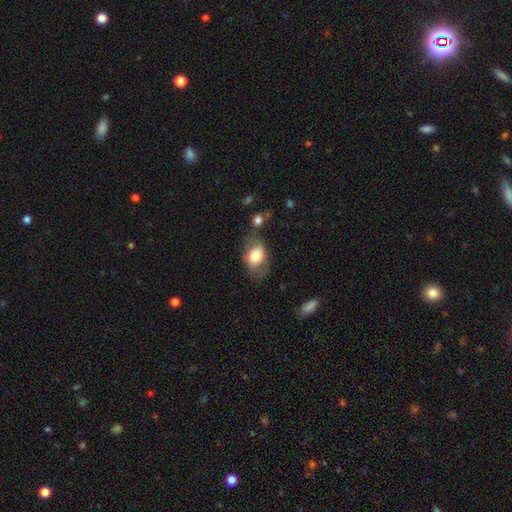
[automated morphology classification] Smooth or featured? Predicted: smooth (p=0.69). How rounded? Predicted: in between (p=0.84). Merging? Predicted: none (p=0.56).